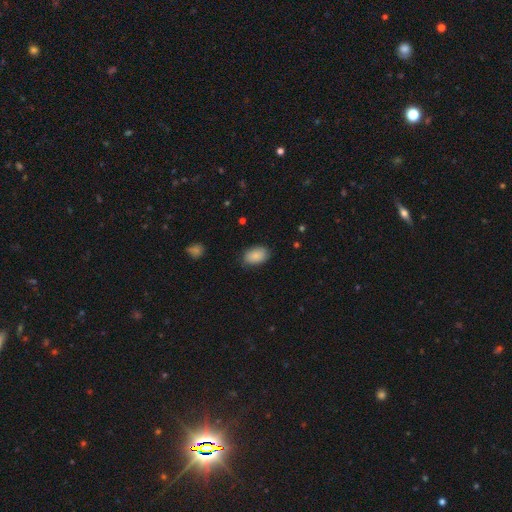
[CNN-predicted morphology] This is clearly a smooth galaxy (87%). How rounded: clearly in between (90%). Merging: clearly none (84%).